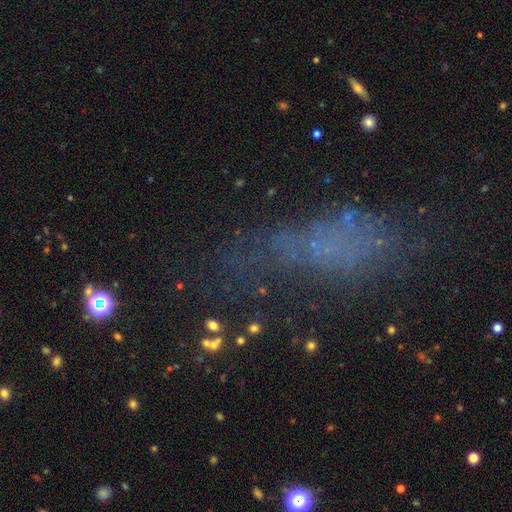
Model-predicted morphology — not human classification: smooth-or-featured: smooth: 40% | star or artifact: 31% | featured or disk: 28%
  merging: none: 42% | major disturbance: 30% | minor disturbance: 21% | merger: 7%